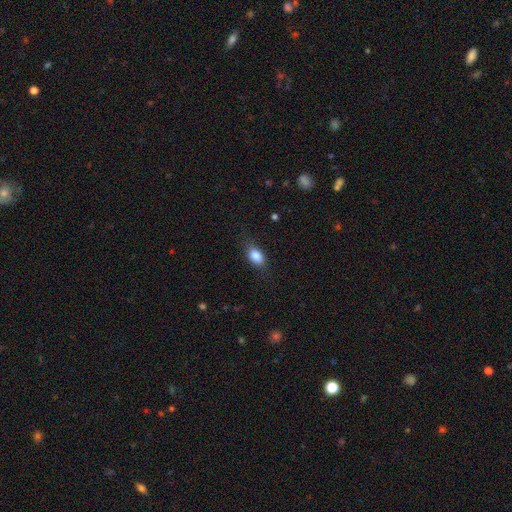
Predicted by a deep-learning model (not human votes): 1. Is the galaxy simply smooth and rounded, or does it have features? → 85% smooth, 8% star or artifact, 7% featured or disk.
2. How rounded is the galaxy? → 86% in between, 10% round, 4% cigar-shaped.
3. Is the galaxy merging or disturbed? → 79% none, 16% minor disturbance, 5% major disturbance, 1% merger.